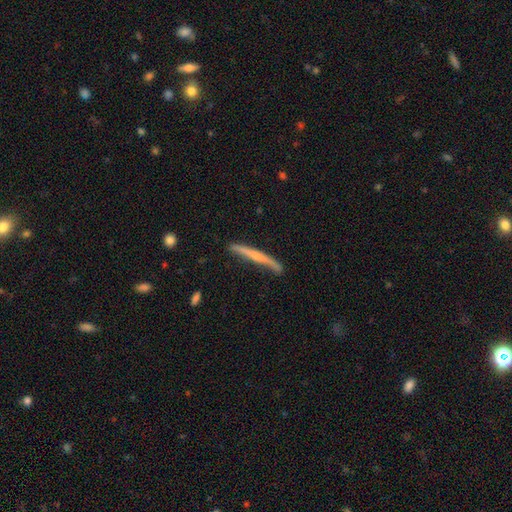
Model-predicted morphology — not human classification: Q: Smooth or featured?
A: featured or disk (55%); runner-up: smooth (40%)
Q: Edge-on disk?
A: yes (93%); runner-up: no (7%)
Q: Edge-on bulge?
A: none (52%); runner-up: rounded (38%)
Q: Merging?
A: none (68%); runner-up: minor disturbance (23%)